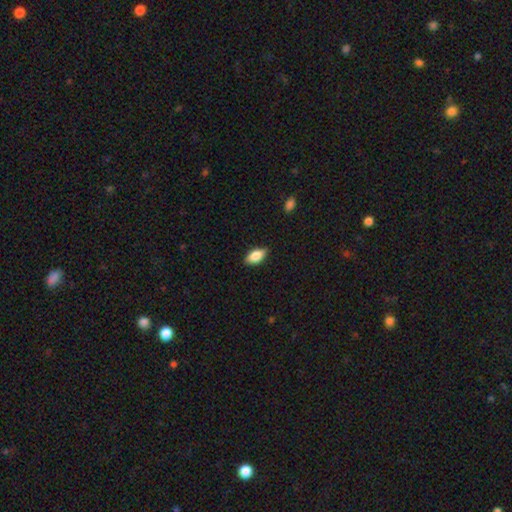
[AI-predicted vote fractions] Smooth or featured? Predicted: smooth (p=0.82). How rounded? Predicted: in between (p=0.90). Merging? Predicted: none (p=0.84).